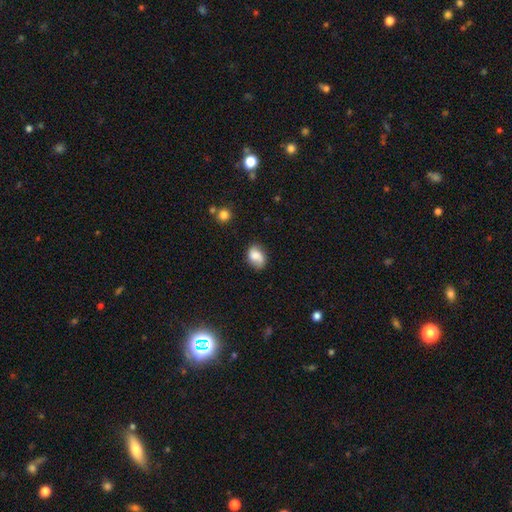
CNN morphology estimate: smooth 69%, featured or disk 22%, star or artifact 9%. Down the decision tree: how rounded — in between (75%); merging — none (65%).